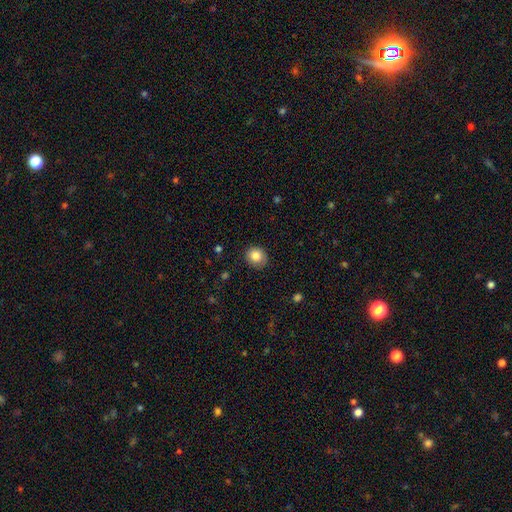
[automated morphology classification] A smooth galaxy with no disk features (84%) that is round (77%).

Vote fractions:
- Smooth or featured? smooth: 84% / star or artifact: 9% / featured or disk: 7%
- How rounded? round: 77% / in between: 22% / cigar-shaped: 1%
- Merging? none: 83% / minor disturbance: 13% / major disturbance: 3% / merger: 1%